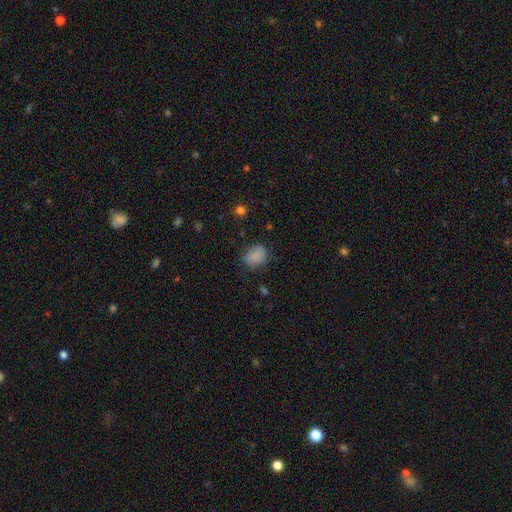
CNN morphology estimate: smooth_or_featured: smooth (p=0.83) [alt: star or artifact p=0.10]
how_rounded: in between (p=0.55) [alt: round p=0.44]
merging: none (p=0.68) [alt: minor disturbance p=0.24]